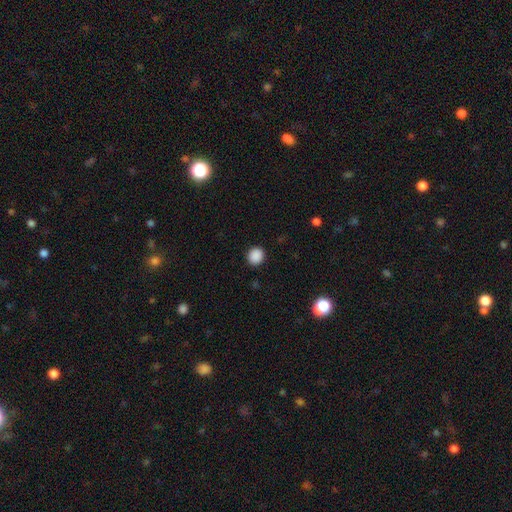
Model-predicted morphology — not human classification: A smooth galaxy with no disk features (89%) that is round (85%). Merging: none (91%).